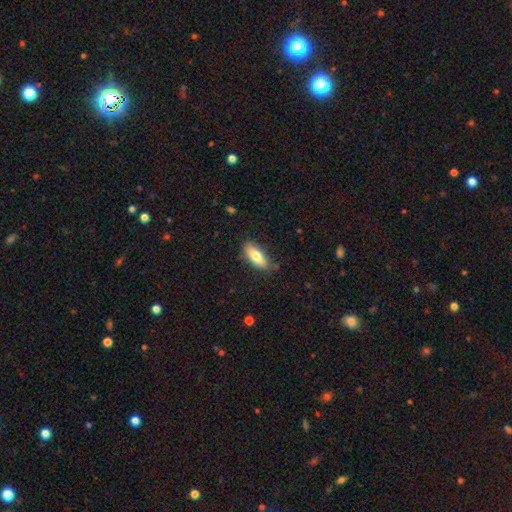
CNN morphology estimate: The model was most divided on "how rounded": in between: 77%, cigar-shaped: 21%, round: 2%. More confident: merging — none (76%); smooth or featured — smooth (75%).